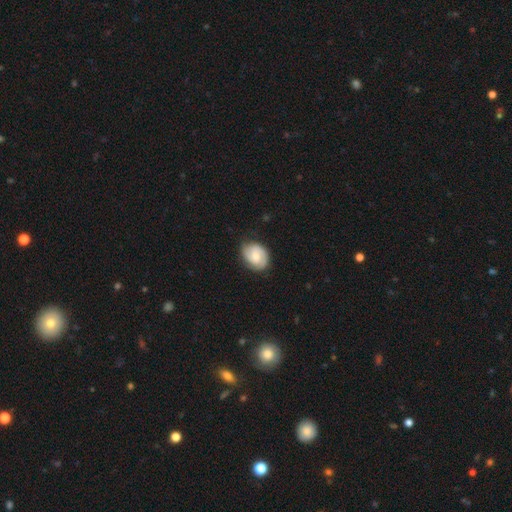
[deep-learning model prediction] This appears to be a featured or disk galaxy (59%) with no bar (52%), 2 (79%) tight (49%) spiral arms (91%) and a moderate central bulge (51%). Merging: none (77%).